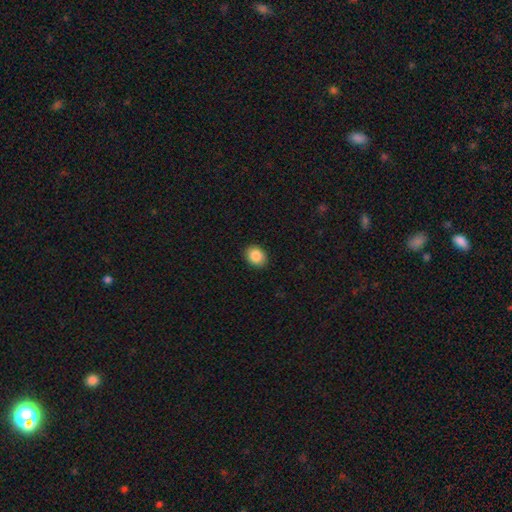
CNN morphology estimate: This is clearly a smooth galaxy (87%). How rounded: possibly in between (56%). Merging: clearly none (90%).